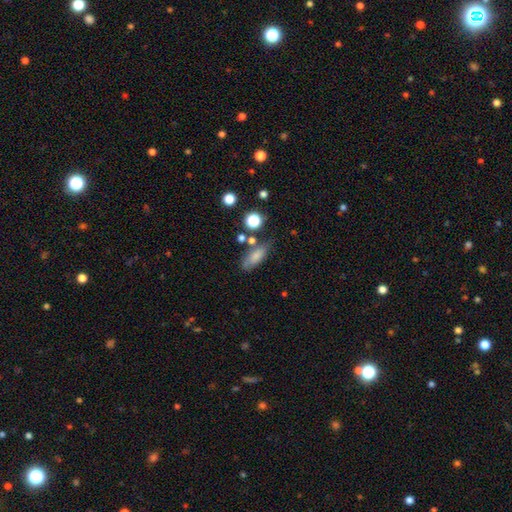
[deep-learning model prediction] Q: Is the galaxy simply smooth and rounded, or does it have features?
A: smooth — 75%.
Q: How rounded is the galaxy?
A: in between — 71%.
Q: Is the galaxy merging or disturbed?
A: none — 62%.